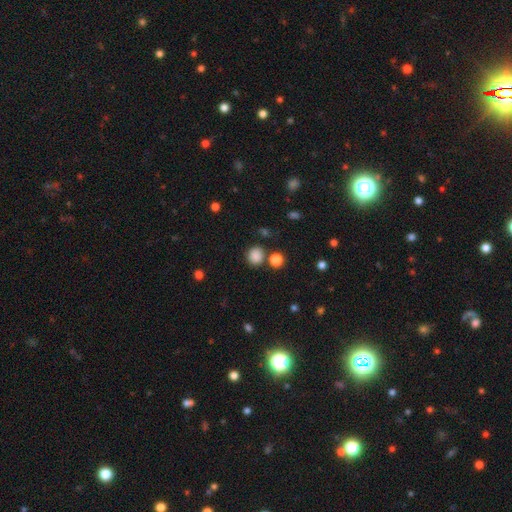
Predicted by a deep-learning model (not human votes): This appears to be a smooth galaxy with no disk features (84%) that is round (83%). Merging: none (79%).